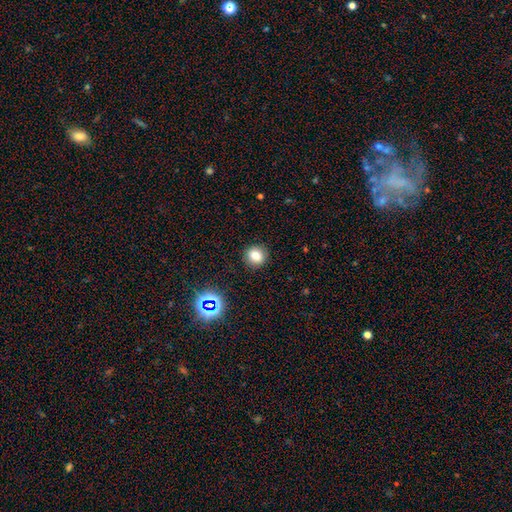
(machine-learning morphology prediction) A smooth galaxy with no disk features (77%) that is round (83%). Merging: none (89%).